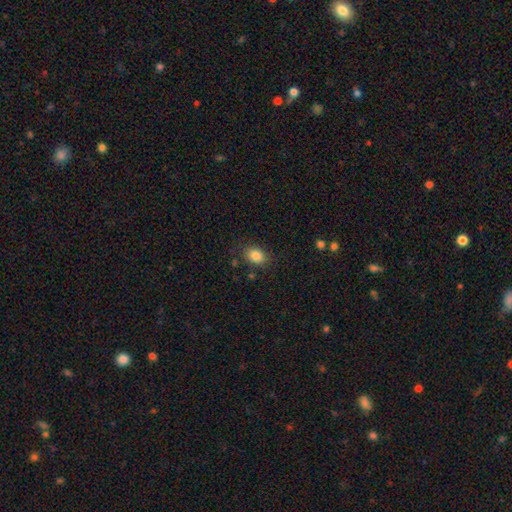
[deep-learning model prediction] This is clearly a smooth galaxy (85%). How rounded: likely in between (62%). Merging: clearly none (81%).